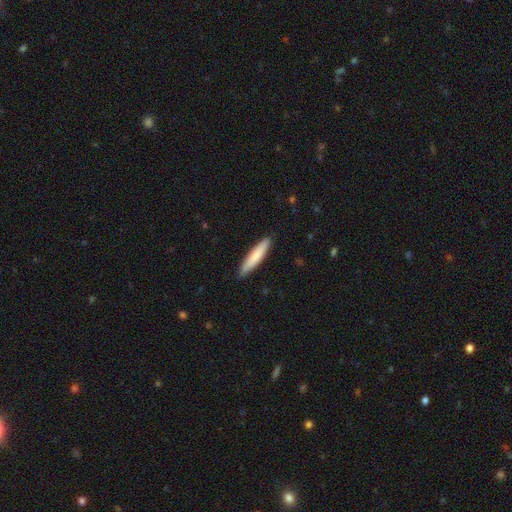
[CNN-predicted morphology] smooth 78%, featured or disk 17%, star or artifact 5%. Down the decision tree: how rounded — cigar-shaped (87%); merging — none (89%).